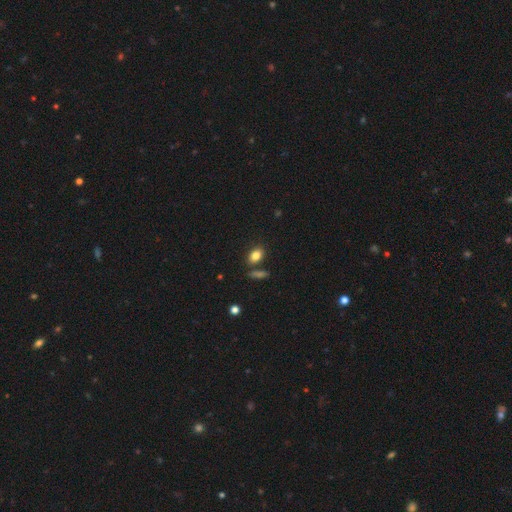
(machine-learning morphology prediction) This is clearly a smooth galaxy (83%). How rounded: clearly in between (81%). Merging: likely none (75%).